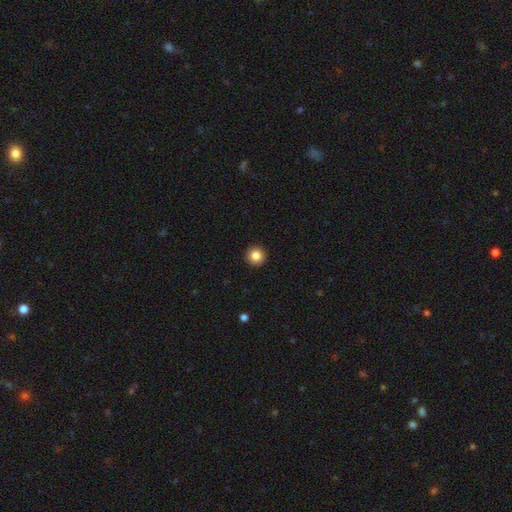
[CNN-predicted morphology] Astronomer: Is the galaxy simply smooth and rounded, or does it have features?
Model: smooth — 85%.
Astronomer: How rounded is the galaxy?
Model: round — 95%.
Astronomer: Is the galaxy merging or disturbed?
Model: none — 94%.